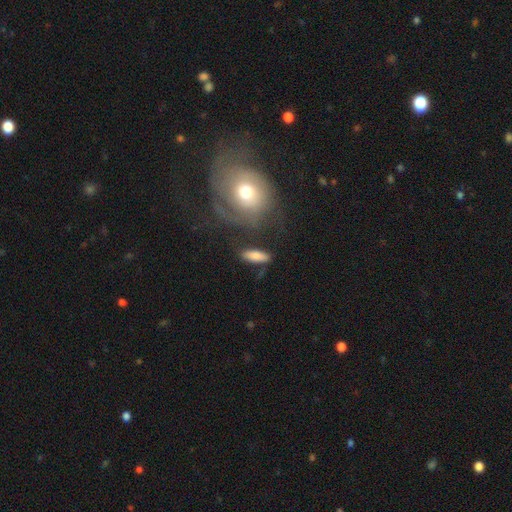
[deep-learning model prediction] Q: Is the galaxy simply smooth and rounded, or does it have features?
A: smooth — 81%.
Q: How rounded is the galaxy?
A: in between — 51%.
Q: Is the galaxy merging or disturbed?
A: none — 78%.